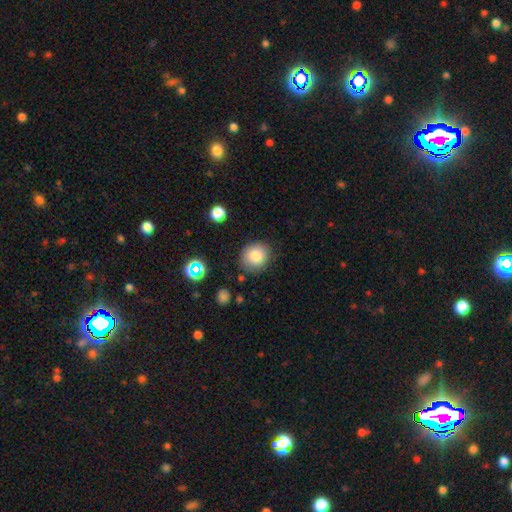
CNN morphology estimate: Smooth or featured: smooth — 84% (star or artifact — 10%)
How rounded: round — 84% (in between — 15%)
Merging: none — 83% (minor disturbance — 11%)